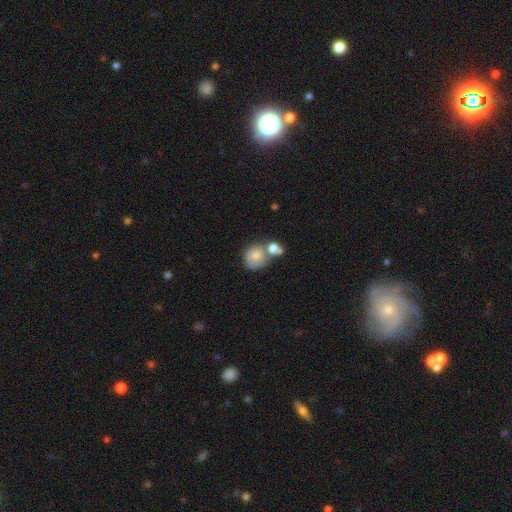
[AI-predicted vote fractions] Q: Smooth or featured?
A: smooth (70%); runner-up: featured or disk (22%)
Q: How rounded?
A: round (69%); runner-up: in between (30%)
Q: Merging?
A: merger (43%); runner-up: none (32%)